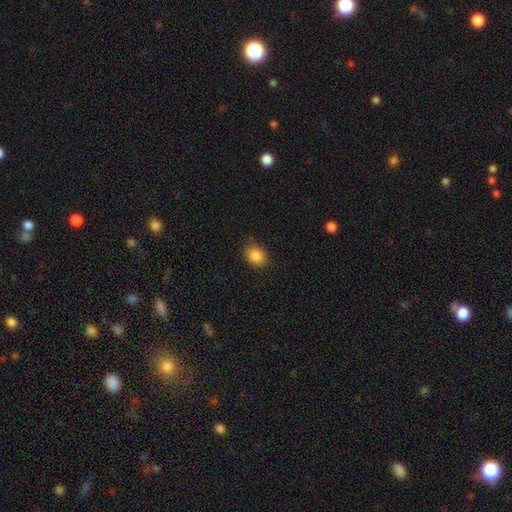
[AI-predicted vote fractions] Smooth or featured: smooth — 86% (star or artifact — 9%)
How rounded: in between — 56% (round — 43%)
Merging: none — 81% (minor disturbance — 15%)